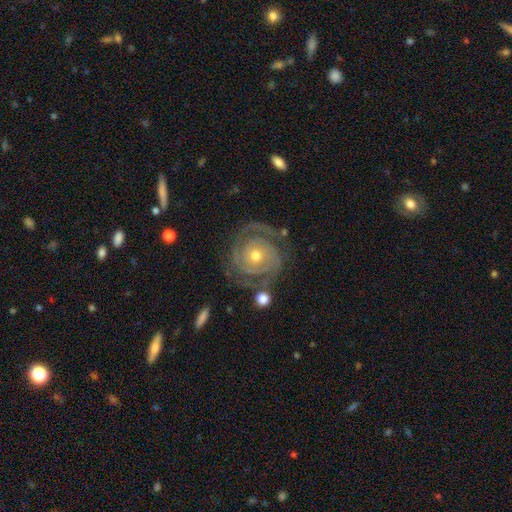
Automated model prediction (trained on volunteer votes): A featured or disk galaxy (91%) with no bar (77%), 2 (69%) tight (78%) spiral arms (97%) and a moderate central bulge (57%).

Vote fractions:
- Smooth or featured? featured or disk: 91% / star or artifact: 5% / smooth: 4%
- Edge-on disk? no: 98% / yes: 2%
- Bar? no: 77% / weak: 16% / strong: 7%
- Spiral arms? yes: 97% / no: 3%
- Spiral winding? tight: 78% / medium: 18% / loose: 3%
- Spiral arm count? 2: 69% / 3: 12% / can't tell: 9% / 4: 4% / 1: 4% / more than 4: 3%
- Bulge size? moderate: 57% / small: 39% / large: 2% / none: 1% / dominant: 1%
- Merging? none: 77% / minor disturbance: 14% / major disturbance: 6% / merger: 3%